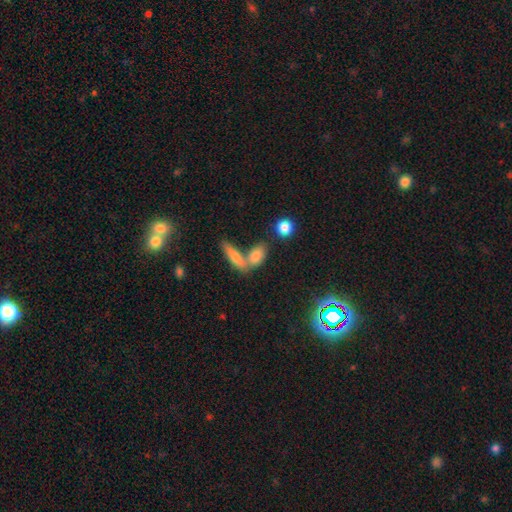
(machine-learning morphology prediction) Q: Smooth or featured?
A: smooth (78%); runner-up: featured or disk (13%)
Q: How rounded?
A: in between (71%); runner-up: cigar-shaped (20%)
Q: Merging?
A: merger (45%); runner-up: none (40%)